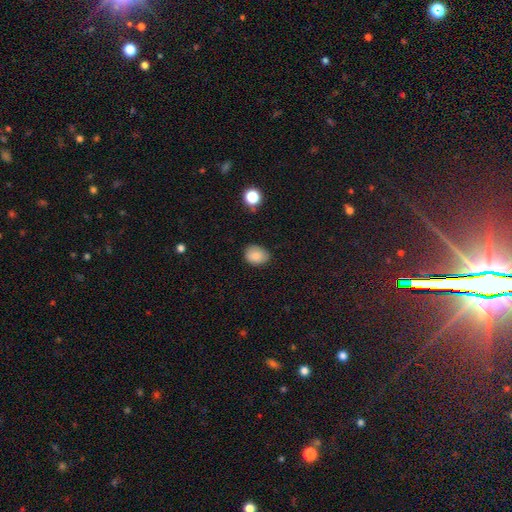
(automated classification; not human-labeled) Q: Smooth or featured?
A: smooth (85%); runner-up: star or artifact (9%)
Q: How rounded?
A: in between (56%); runner-up: round (43%)
Q: Merging?
A: none (76%); runner-up: minor disturbance (20%)